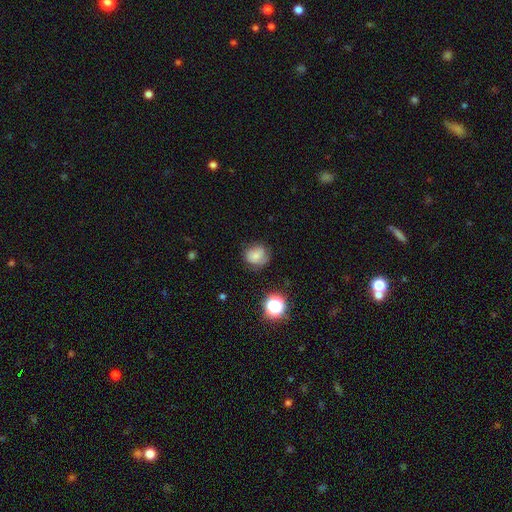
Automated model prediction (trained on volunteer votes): The model was most divided on "merging": none: 65%, minor disturbance: 25%, major disturbance: 8%, merger: 2%. More confident: how rounded — round (74%); smooth or featured — smooth (66%).